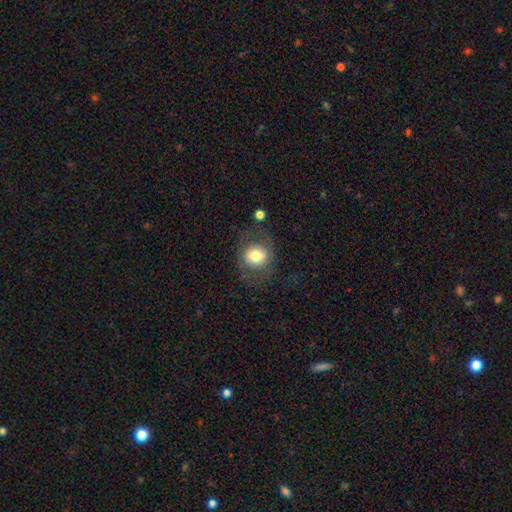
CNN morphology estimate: type=smooth (66%); roundness=round (73%); merging=none (68%).